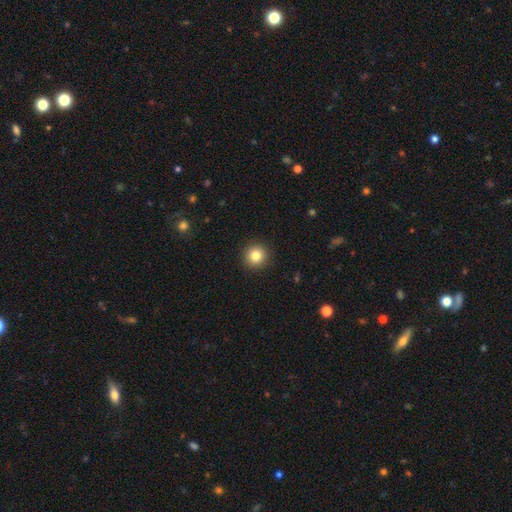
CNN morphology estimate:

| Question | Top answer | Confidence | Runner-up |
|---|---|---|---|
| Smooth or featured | smooth | 83% | star or artifact (11%) |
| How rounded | round | 95% | in between (4%) |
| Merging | none | 92% | minor disturbance (5%) |